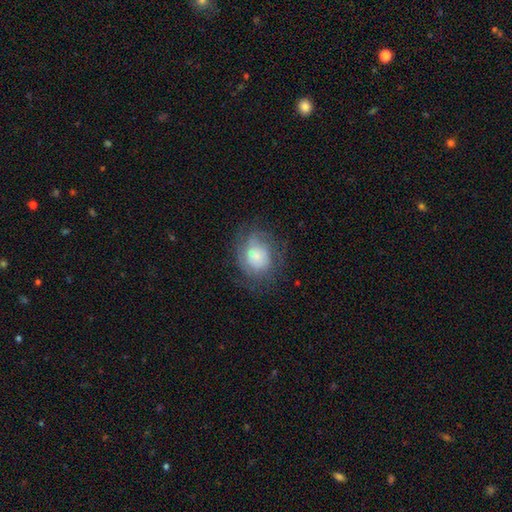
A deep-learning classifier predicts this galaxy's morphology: The model was most divided on "smooth or featured": smooth: 47%, featured or disk: 43%, star or artifact: 10%. More confident: merging — none (66%).